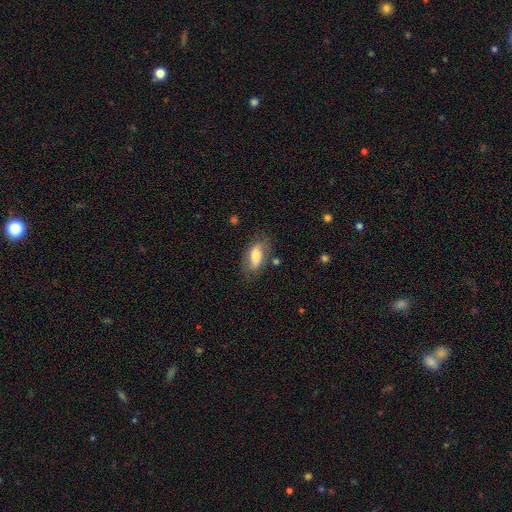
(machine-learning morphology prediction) type=smooth (63%); roundness=in between (87%); merging=none (68%).